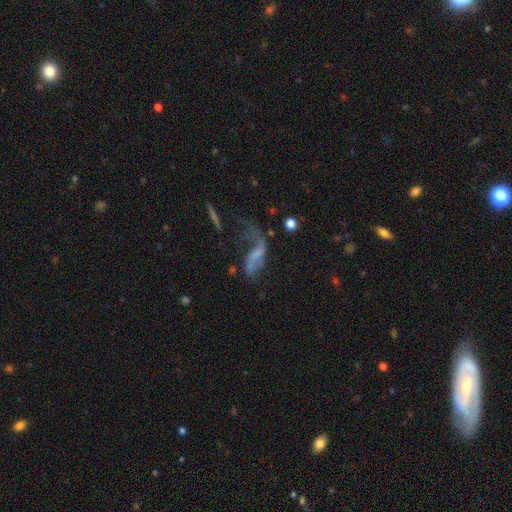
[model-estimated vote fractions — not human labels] This appears to be a featured or disk galaxy (63%) with no bar (51%), spiral arms (68%) and no central bulge (51%). Merging: major disturbance (46%).